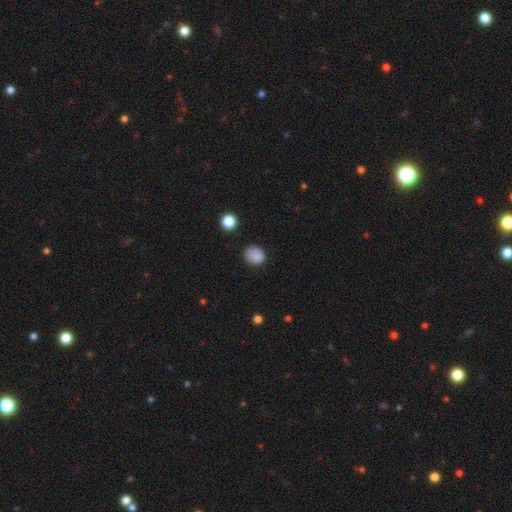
Volunteers were most divided on "how rounded": round: 65%, in between: 35%, cigar-shaped: 0%. More confident: smooth or featured — smooth (86%); merging — none (82%).